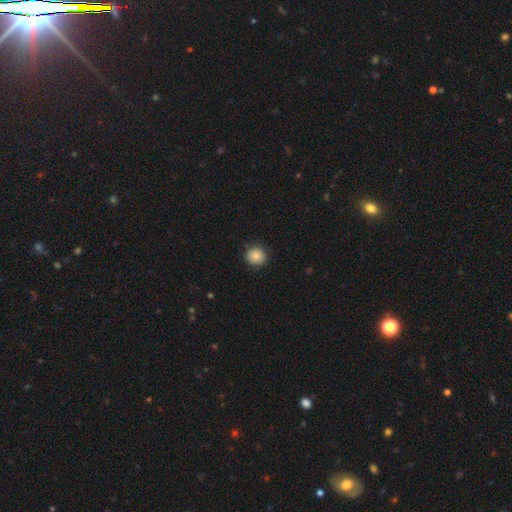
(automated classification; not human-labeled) A smooth galaxy with no disk features (85%) that is round (90%).

Vote fractions:
- Smooth or featured? smooth: 85% / star or artifact: 9% / featured or disk: 6%
- How rounded? round: 90% / in between: 9% / cigar-shaped: 1%
- Merging? none: 87% / minor disturbance: 9% / major disturbance: 2% / merger: 1%